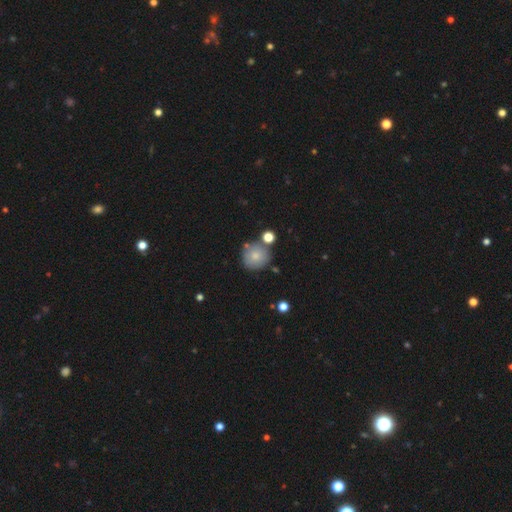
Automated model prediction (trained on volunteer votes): Smooth or featured?
  - smooth: 78% *
  - featured or disk: 12%
  - star or artifact: 10%
How rounded?
  - round: 91% *
  - in between: 8%
  - cigar-shaped: 1%
Merging?
  - none: 72% *
  - minor disturbance: 12%
  - merger: 12%
  - major disturbance: 3%